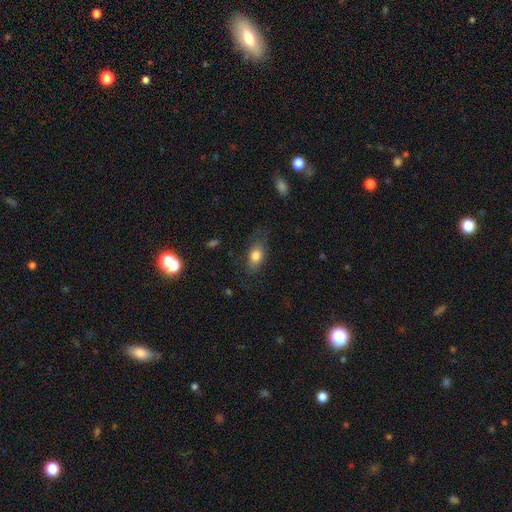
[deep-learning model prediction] Smooth or featured? smooth (77%)
How rounded? in between (83%)
Merging? none (71%)